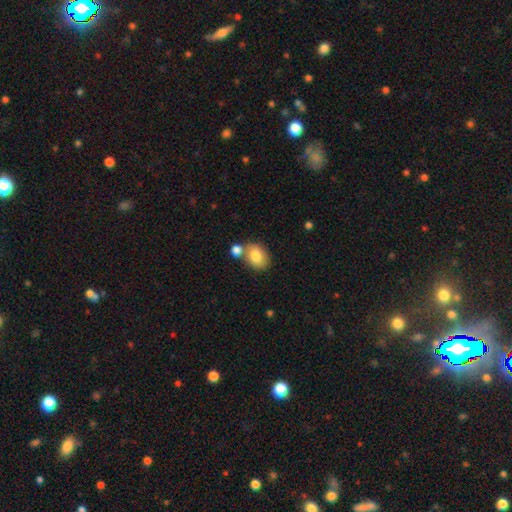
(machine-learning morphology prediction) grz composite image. It shows a smooth galaxy with no disk features (80%) that is in between round and cigar-shaped (64%). Merging: none (55%).